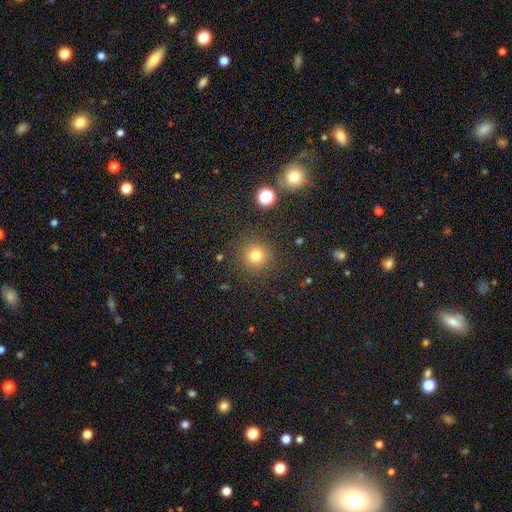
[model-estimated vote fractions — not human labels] Morphology: type=smooth (76%); roundness=round (94%); merging=none (89%).